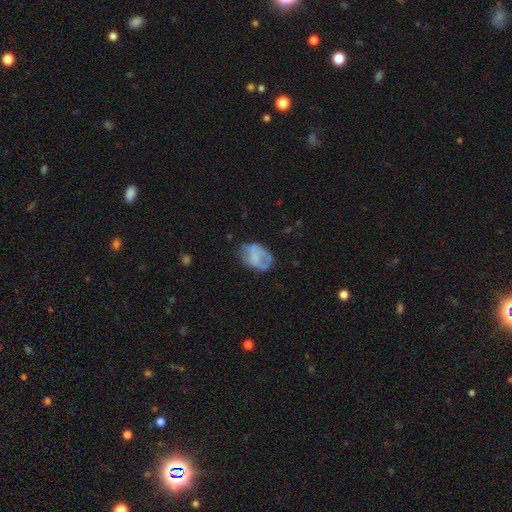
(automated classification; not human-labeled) Smooth or featured? Predicted: smooth (p=0.49). Merging? Predicted: none (p=0.45).